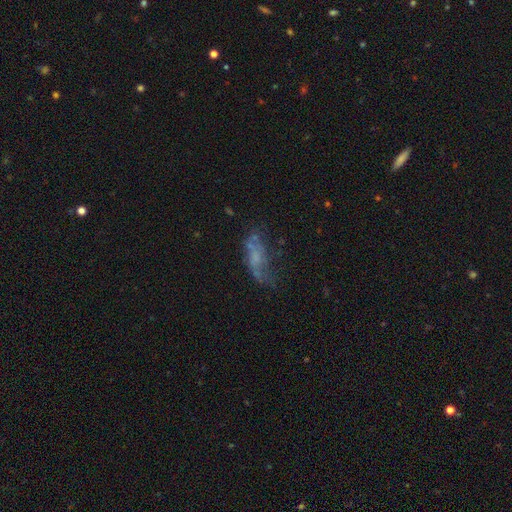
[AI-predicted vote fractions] featured or disk 47%, smooth 38%, star or artifact 15%. Down the decision tree: merging — none (40%).